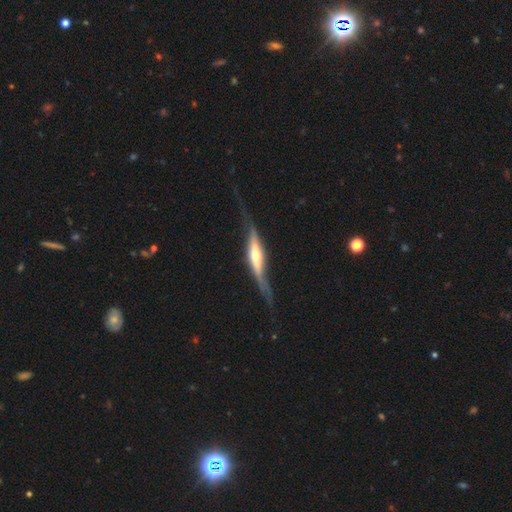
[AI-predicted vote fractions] The model was most divided on "merging": none: 55%, minor disturbance: 23%, major disturbance: 19%, merger: 3%. More confident: edge-on disk — yes (88%); edge-on bulge — rounded (75%); smooth or featured — featured or disk (74%).